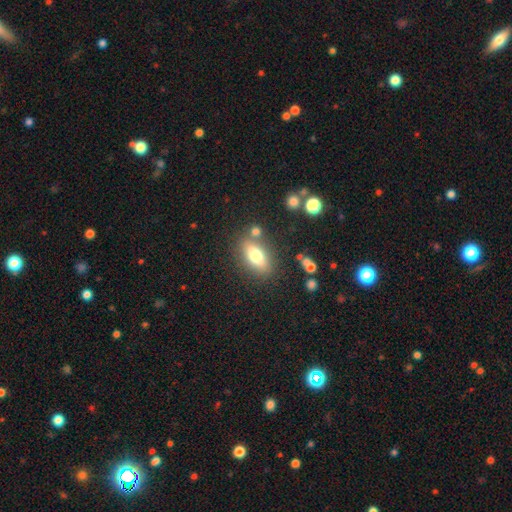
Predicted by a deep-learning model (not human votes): smooth 72%, featured or disk 19%, star or artifact 9%. Down the decision tree: how rounded — in between (78%); merging — none (75%).